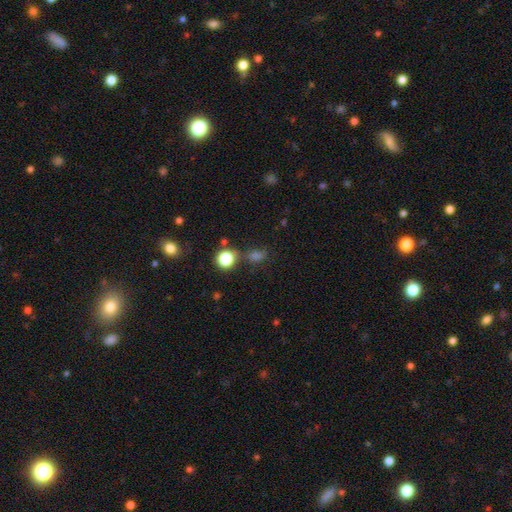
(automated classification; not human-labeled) This appears to be a smooth galaxy with no disk features (55%) that is round (54%). Merging: none (66%).